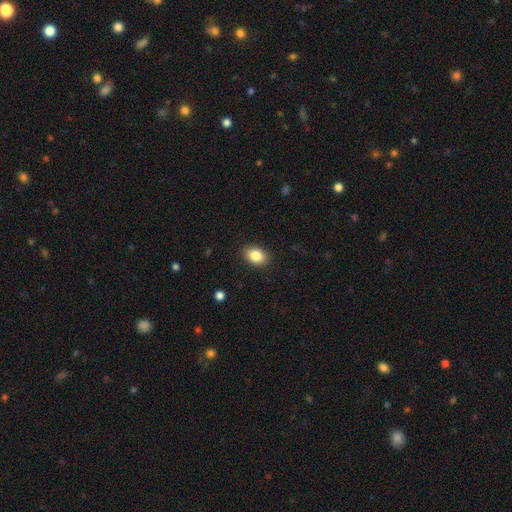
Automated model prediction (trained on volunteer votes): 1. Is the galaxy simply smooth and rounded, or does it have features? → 85% smooth, 8% star or artifact, 7% featured or disk.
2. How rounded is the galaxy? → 75% in between, 24% round, 1% cigar-shaped.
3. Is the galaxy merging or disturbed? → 89% none, 8% minor disturbance, 2% major disturbance, 1% merger.